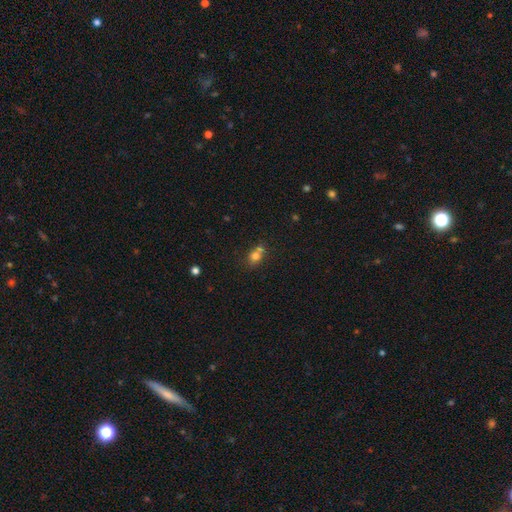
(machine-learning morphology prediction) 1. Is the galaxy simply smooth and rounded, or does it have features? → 74% smooth, 14% star or artifact, 12% featured or disk.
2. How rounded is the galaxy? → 62% round, 36% in between, 2% cigar-shaped.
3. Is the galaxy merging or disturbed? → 47% merger, 39% none, 10% minor disturbance, 4% major disturbance.